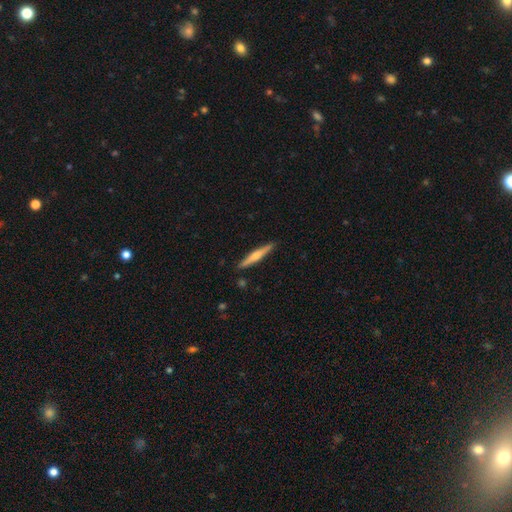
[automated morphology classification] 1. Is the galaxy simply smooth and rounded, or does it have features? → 57% featured or disk, 38% smooth, 5% star or artifact.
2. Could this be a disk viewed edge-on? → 98% yes, 2% no.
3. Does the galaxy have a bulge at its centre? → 82% rounded, 11% none, 7% boxy.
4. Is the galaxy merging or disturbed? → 91% none, 7% minor disturbance, 1% major disturbance, 1% merger.